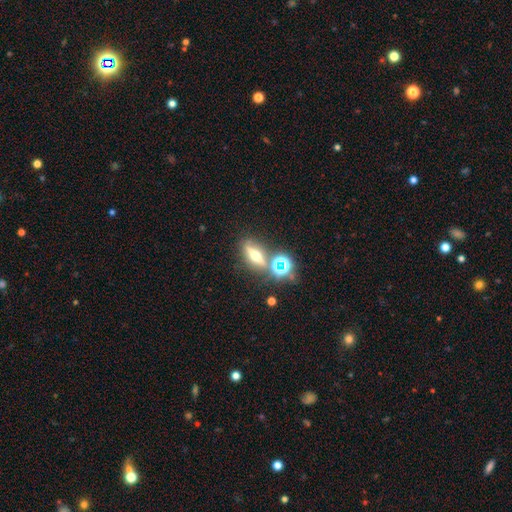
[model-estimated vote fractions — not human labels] This appears to be a featured or disk galaxy (46%). Merging: none (73%).